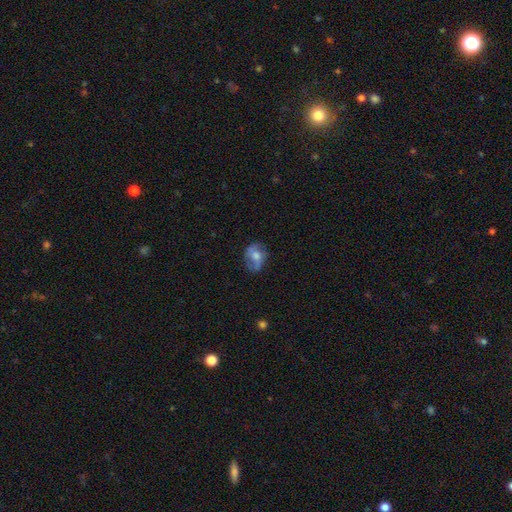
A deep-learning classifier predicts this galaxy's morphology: Overall: featured or disk (51%; smooth 41%). Edge-on disk: no (95%). Merging: none (65%).